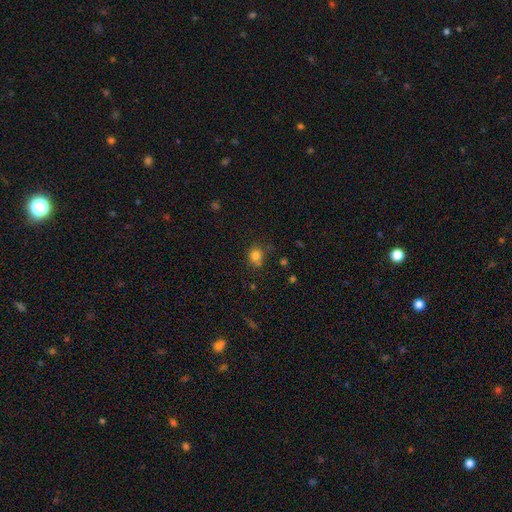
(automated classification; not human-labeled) Smooth or featured?
  - smooth: 80% *
  - star or artifact: 13%
  - featured or disk: 6%
How rounded?
  - round: 81% *
  - in between: 18%
  - cigar-shaped: 1%
Merging?
  - none: 69% *
  - minor disturbance: 18%
  - merger: 8%
  - major disturbance: 5%